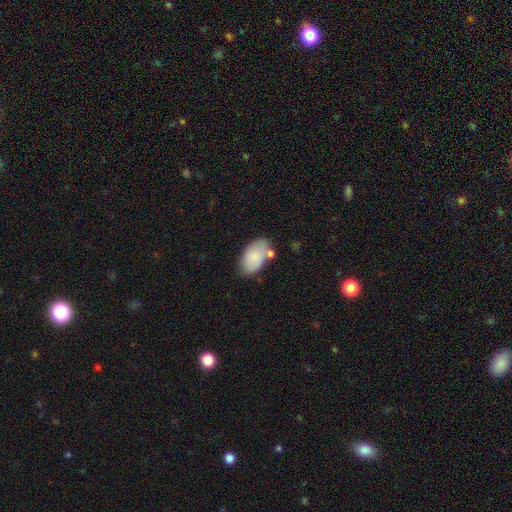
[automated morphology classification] Smooth or featured? Predicted: smooth (p=0.82). How rounded? Predicted: in between (p=0.95). Merging? Predicted: none (p=0.62).